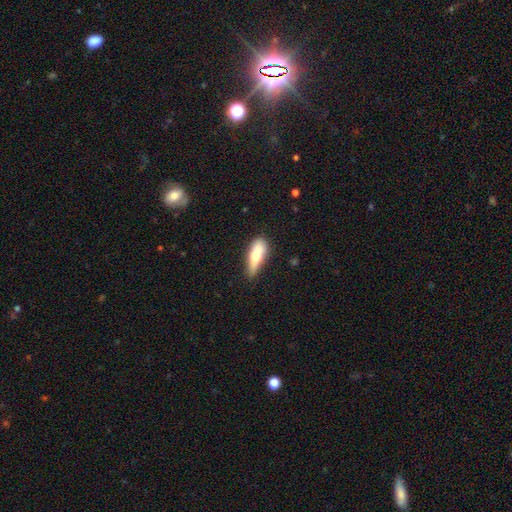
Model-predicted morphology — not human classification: smooth 66%, featured or disk 28%, star or artifact 6%. Down the decision tree: how rounded — in between (58%); merging — none (63%).